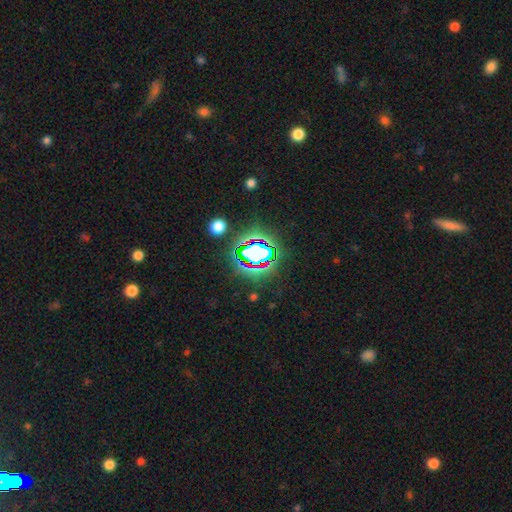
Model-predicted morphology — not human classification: smooth-or-featured: star or artifact: 80% | smooth: 12% | featured or disk: 8%